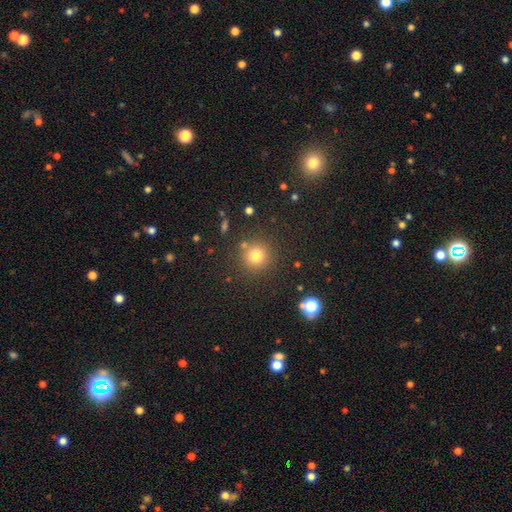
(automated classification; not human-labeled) The model was most divided on "smooth or featured": smooth: 78%, star or artifact: 16%, featured or disk: 7%. More confident: how rounded — round (94%); merging — none (83%).